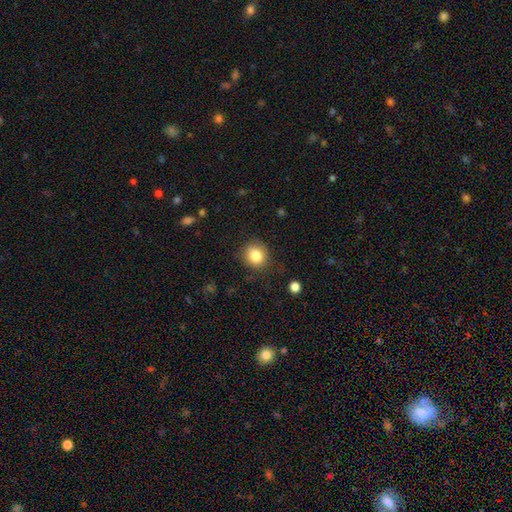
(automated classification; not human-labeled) The model was most divided on "how rounded": round: 82%, in between: 17%, cigar-shaped: 1%. More confident: merging — none (84%); smooth or featured — smooth (83%).